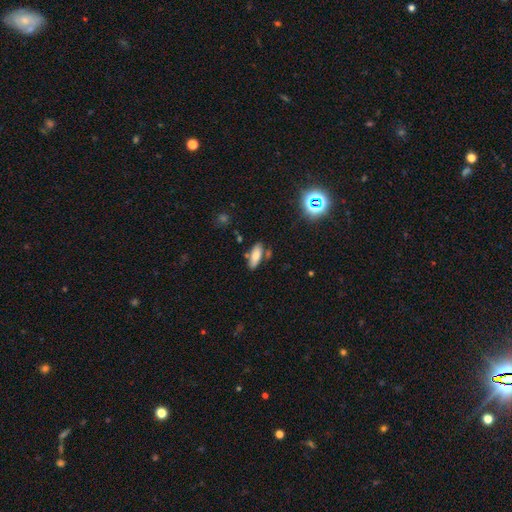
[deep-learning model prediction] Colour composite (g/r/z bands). It shows a smooth galaxy with no disk features (73%) that is in between round and cigar-shaped (75%). Merging: none (73%).